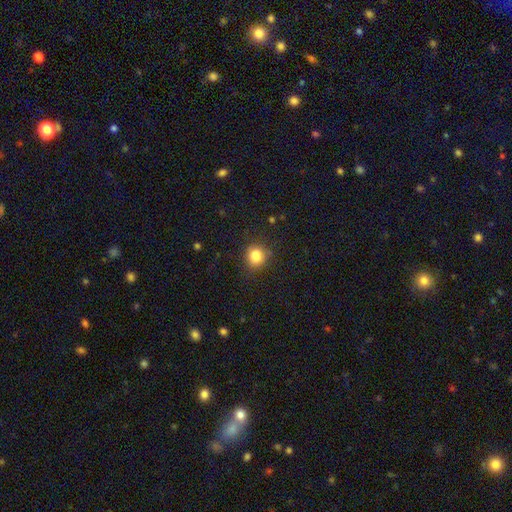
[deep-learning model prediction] Smooth or featured? smooth (84%)
How rounded? round (77%)
Merging? none (79%)